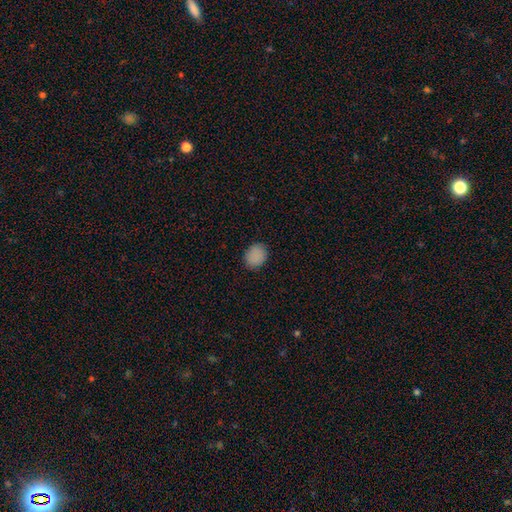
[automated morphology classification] Smooth or featured: smooth — 87% (star or artifact — 10%)
How rounded: round — 51% (in between — 48%)
Merging: none — 88% (minor disturbance — 9%)